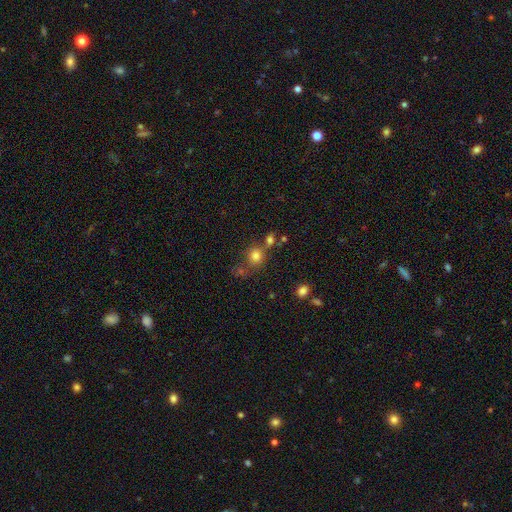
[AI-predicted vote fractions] This appears to be a smooth galaxy with no disk features (79%) that is round (86%). Merging: none (61%).